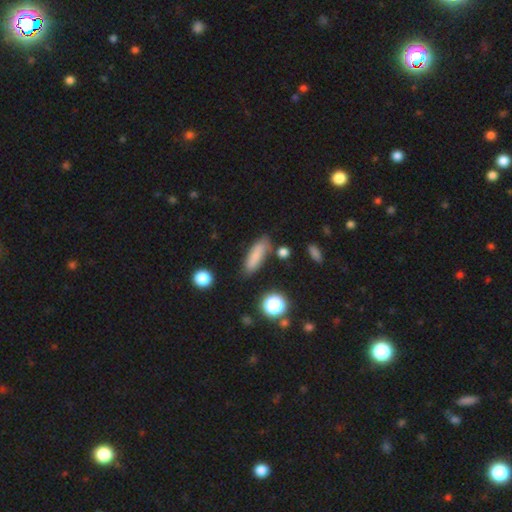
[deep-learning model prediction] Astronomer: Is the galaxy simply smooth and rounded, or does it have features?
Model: smooth — 80%.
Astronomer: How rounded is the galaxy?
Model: cigar-shaped — 54% (runner-up: in between, 43%).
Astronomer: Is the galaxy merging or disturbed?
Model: none — 76%.